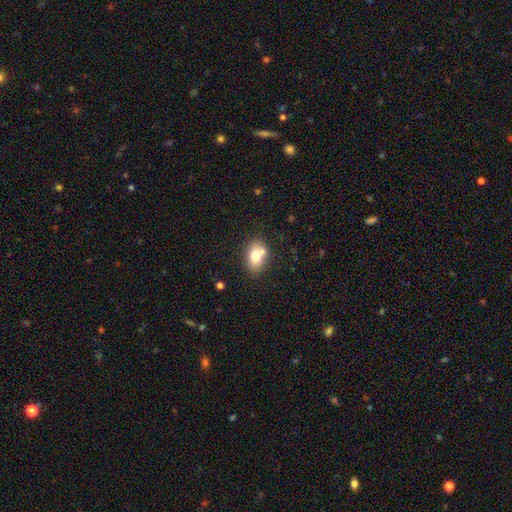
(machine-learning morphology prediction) This is likely a smooth galaxy (73%). How rounded: likely in between (71%). Merging: likely none (61%).